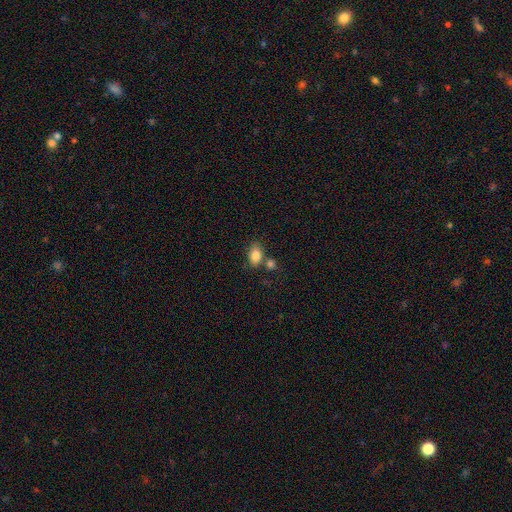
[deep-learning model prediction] smooth 84%, star or artifact 9%, featured or disk 8%. Down the decision tree: how rounded — in between (80%); merging — none (59%).